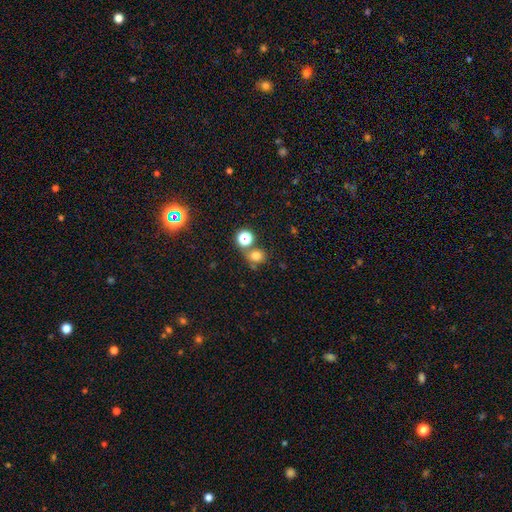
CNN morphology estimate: Smooth or featured? Predicted: smooth (p=0.75). How rounded? Predicted: round (p=0.75). Merging? Predicted: none (p=0.64).